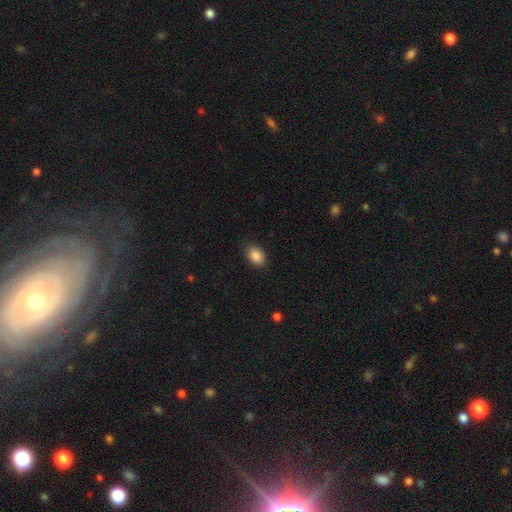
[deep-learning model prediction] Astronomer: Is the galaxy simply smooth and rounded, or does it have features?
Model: smooth — 88%.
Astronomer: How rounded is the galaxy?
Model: in between — 83%.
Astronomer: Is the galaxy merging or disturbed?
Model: none — 86%.